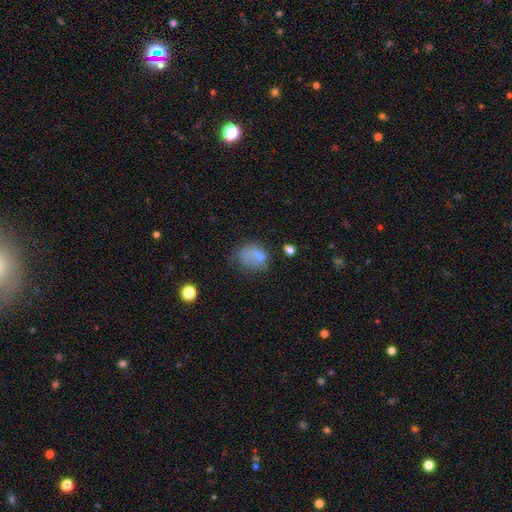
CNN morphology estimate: smooth 62%, featured or disk 24%, star or artifact 14%. Down the decision tree: how rounded — in between (55%); merging — none (35%).